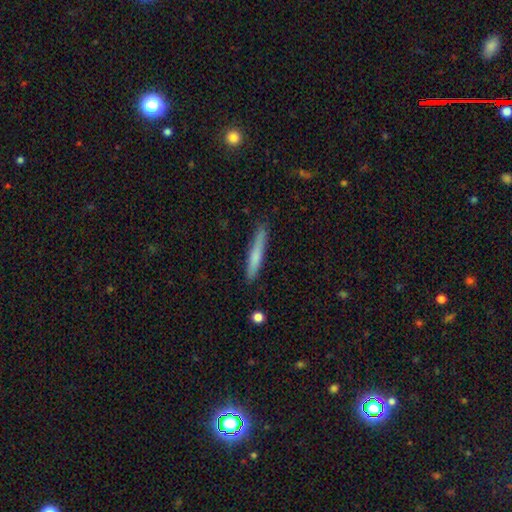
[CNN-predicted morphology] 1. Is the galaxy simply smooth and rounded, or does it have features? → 69% smooth, 25% featured or disk, 6% star or artifact.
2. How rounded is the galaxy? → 95% cigar-shaped, 4% in between, 1% round.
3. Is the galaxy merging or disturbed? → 86% none, 11% minor disturbance, 2% major disturbance, 2% merger.